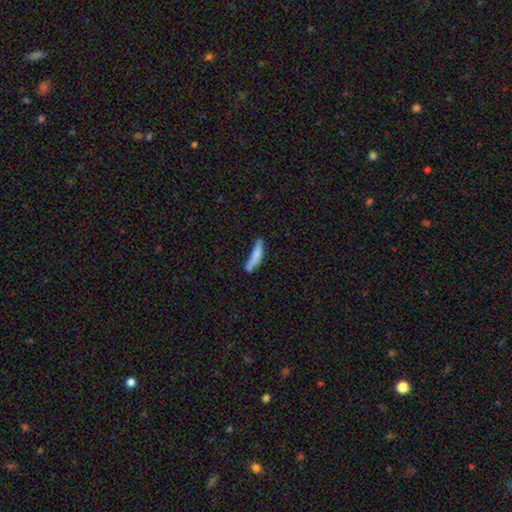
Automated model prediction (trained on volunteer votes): Smooth or featured: smooth — 73% (featured or disk — 20%)
How rounded: cigar-shaped — 78% (in between — 20%)
Merging: none — 48% (minor disturbance — 28%)